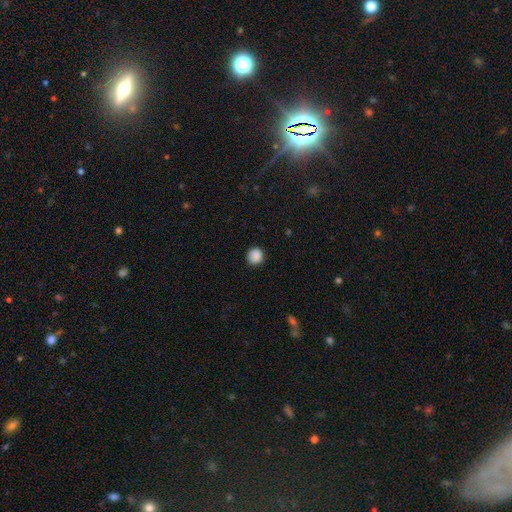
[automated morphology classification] type=smooth (88%); roundness=round (91%); merging=none (87%).